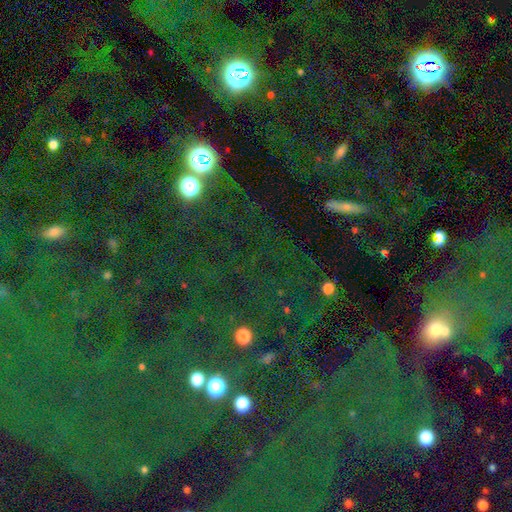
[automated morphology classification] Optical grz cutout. It shows a star or artifact, not a galaxy (74%).